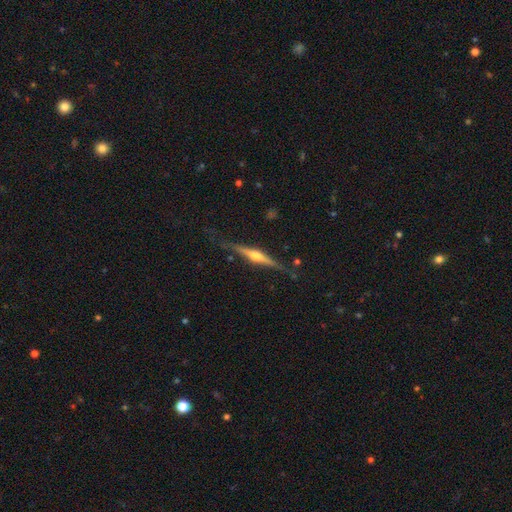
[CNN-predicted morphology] This appears to be a featured or disk galaxy (78%) viewed edge-on (98%) with a rounded central bulge (93%). Merging: none (81%).